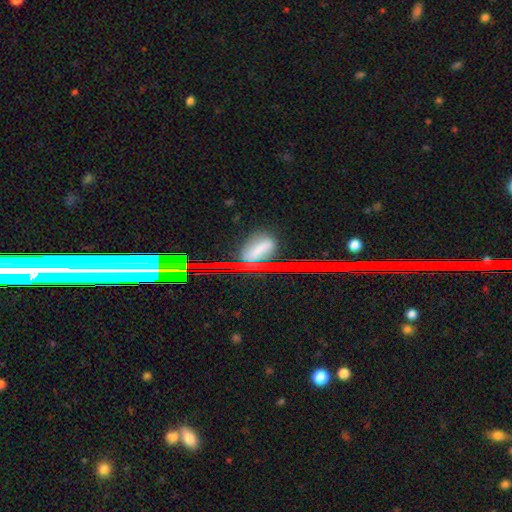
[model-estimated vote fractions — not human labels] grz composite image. It shows a star or artifact, not a galaxy (39%).